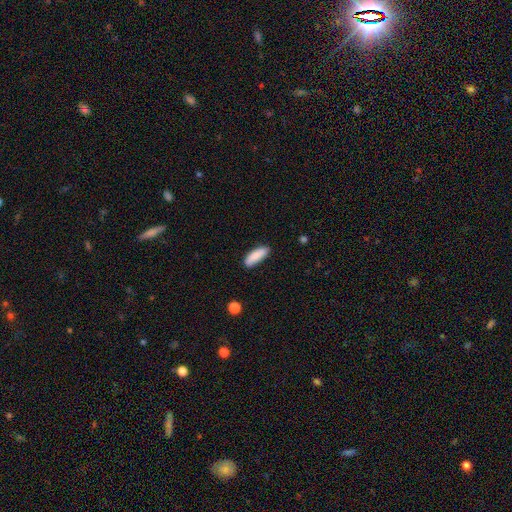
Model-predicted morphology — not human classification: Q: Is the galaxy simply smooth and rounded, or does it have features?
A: smooth — 87%.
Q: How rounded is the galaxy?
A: in between — 60%.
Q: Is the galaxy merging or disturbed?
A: none — 81%.